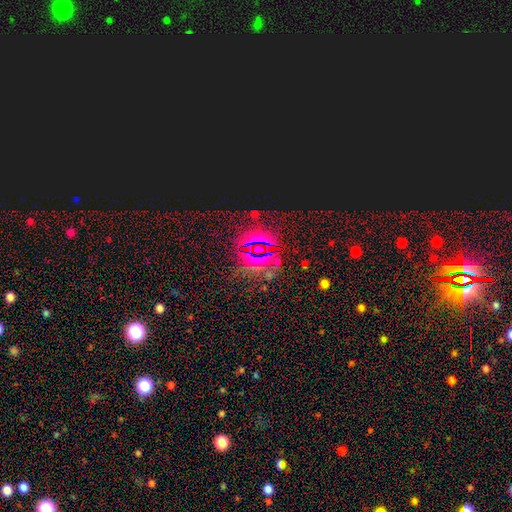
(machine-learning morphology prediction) A star or artifact, not a galaxy (78%).

Vote fractions:
- Smooth or featured? star or artifact: 78% / smooth: 11% / featured or disk: 11%